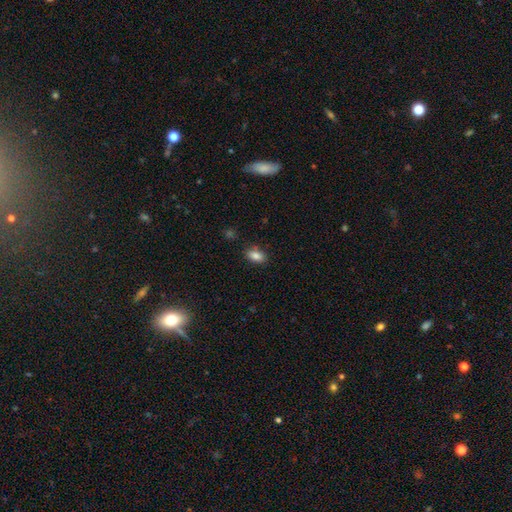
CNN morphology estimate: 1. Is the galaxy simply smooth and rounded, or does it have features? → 85% smooth, 9% star or artifact, 6% featured or disk.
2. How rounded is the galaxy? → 88% in between, 9% round, 3% cigar-shaped.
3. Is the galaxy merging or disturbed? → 84% none, 12% minor disturbance, 3% major disturbance, 2% merger.